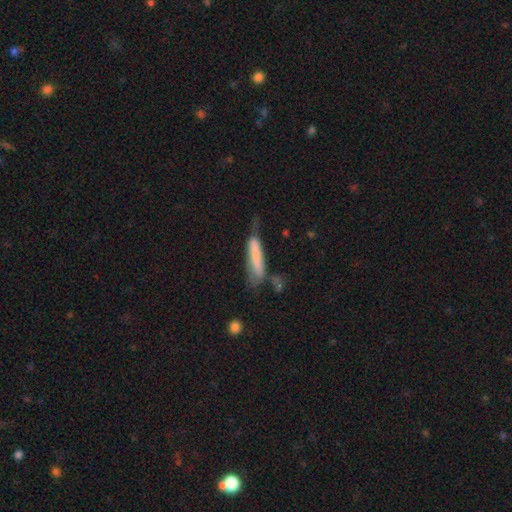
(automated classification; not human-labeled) This is likely a smooth galaxy (70%). How rounded: clearly cigar-shaped (86%). Merging: marginally none (41%).